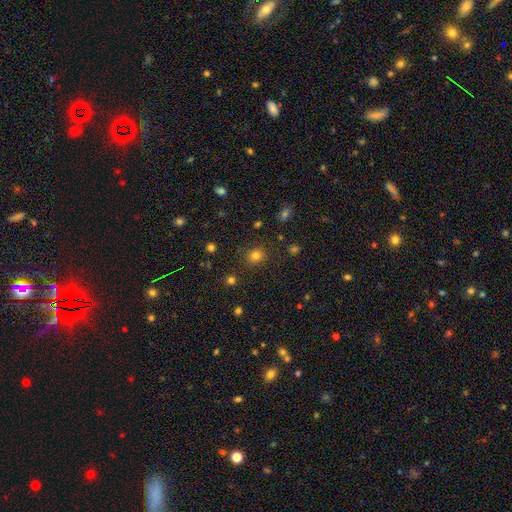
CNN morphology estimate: Smooth or featured?
  - smooth: 78% *
  - star or artifact: 17%
  - featured or disk: 5%
How rounded?
  - round: 82% *
  - in between: 17%
  - cigar-shaped: 1%
Merging?
  - none: 85% *
  - minor disturbance: 9%
  - major disturbance: 3%
  - merger: 3%